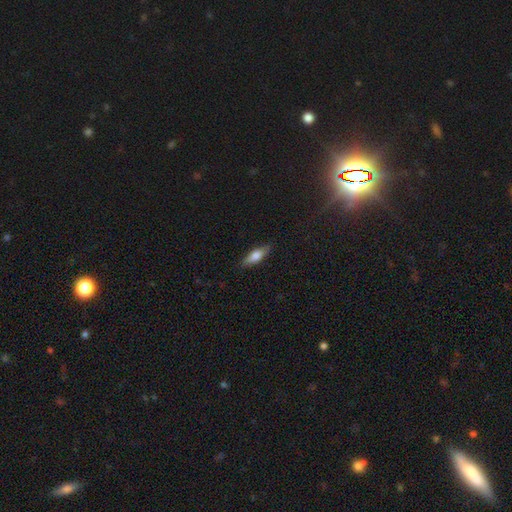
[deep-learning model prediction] This appears to be a smooth galaxy with no disk features (66%) that is in between round and cigar-shaped (50%). Merging: none (86%).